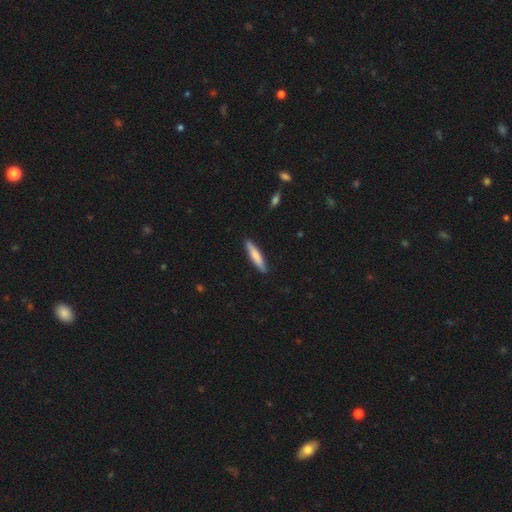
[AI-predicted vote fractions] Smooth or featured?
  - smooth: 72% *
  - featured or disk: 23%
  - star or artifact: 5%
How rounded?
  - cigar-shaped: 90% *
  - in between: 9%
  - round: 1%
Merging?
  - none: 89% *
  - minor disturbance: 8%
  - major disturbance: 1%
  - merger: 1%